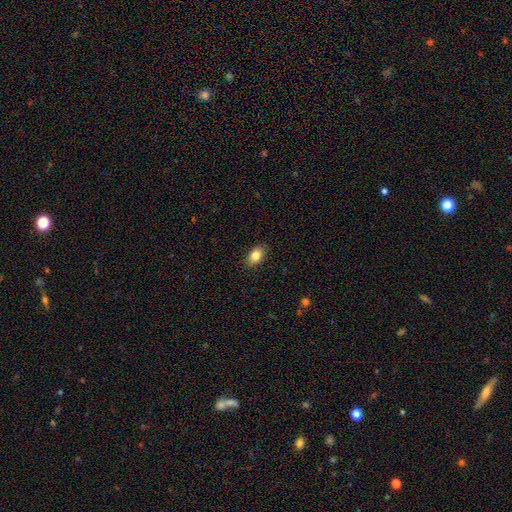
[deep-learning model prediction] smooth-or-featured: smooth: 83% | star or artifact: 9% | featured or disk: 8%
  how-rounded: in between: 80% | round: 18% | cigar-shaped: 1%
  merging: none: 88% | minor disturbance: 9% | major disturbance: 2% | merger: 1%